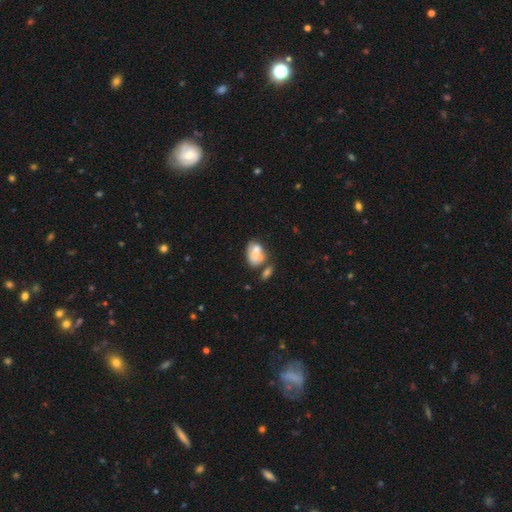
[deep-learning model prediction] This is likely a smooth galaxy (70%). How rounded: clearly in between (85%). Merging: marginally merger (33%).